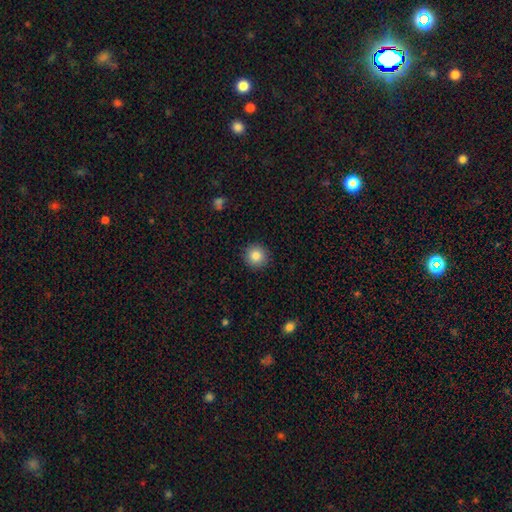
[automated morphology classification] This is clearly a smooth galaxy (84%). How rounded: clearly round (94%). Merging: clearly none (92%).